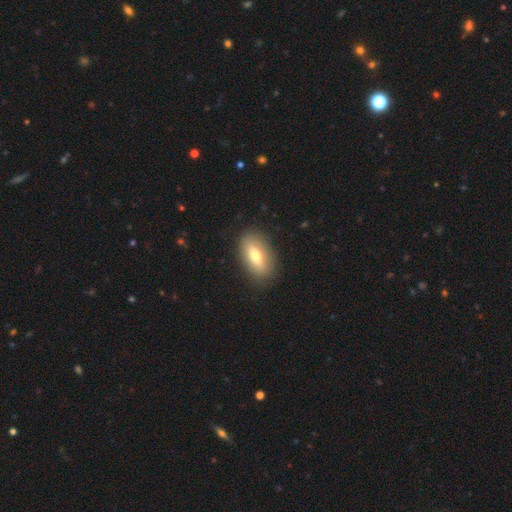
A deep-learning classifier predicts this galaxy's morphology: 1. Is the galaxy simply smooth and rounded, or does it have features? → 64% smooth, 29% featured or disk, 7% star or artifact.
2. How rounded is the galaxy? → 83% in between, 11% cigar-shaped, 6% round.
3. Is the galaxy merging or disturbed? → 85% none, 10% minor disturbance, 3% major disturbance, 1% merger.